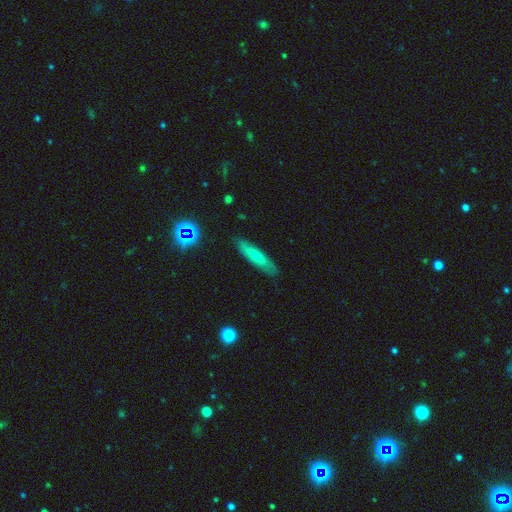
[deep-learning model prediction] Smooth or featured: smooth — 58% (featured or disk — 34%)
How rounded: cigar-shaped — 77% (in between — 21%)
Merging: none — 84% (minor disturbance — 13%)